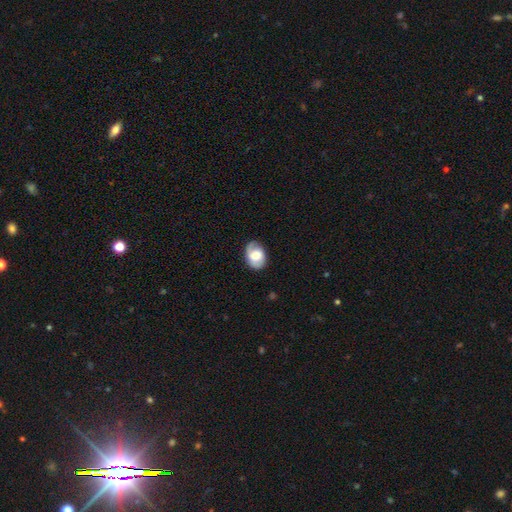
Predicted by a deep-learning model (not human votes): This appears to be a smooth galaxy with no disk features (56%) that is in between round and cigar-shaped (79%). Merging: none (73%).